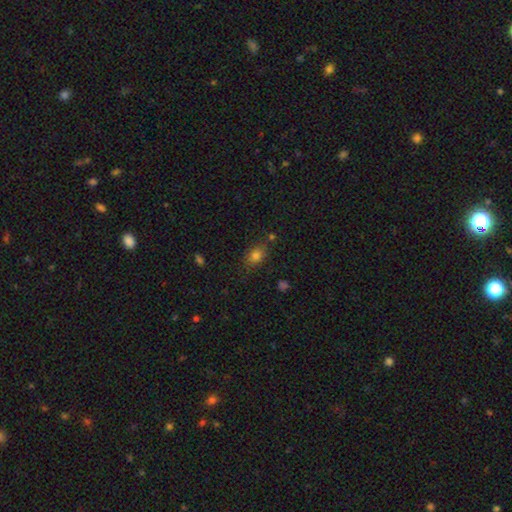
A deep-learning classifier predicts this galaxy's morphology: smooth-or-featured: smooth: 79% | star or artifact: 13% | featured or disk: 8%
  how-rounded: in between: 73% | round: 24% | cigar-shaped: 3%
  merging: none: 74% | minor disturbance: 16% | merger: 5% | major disturbance: 4%